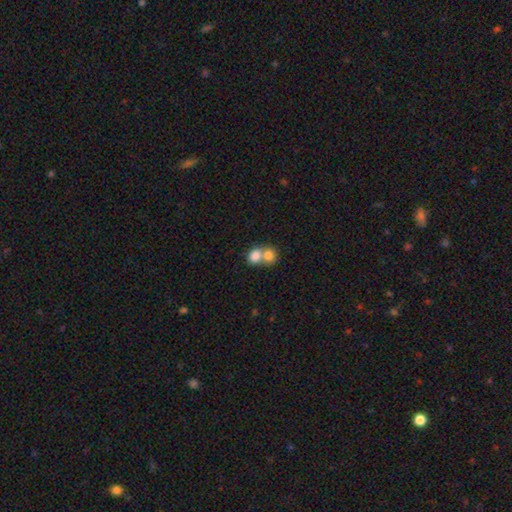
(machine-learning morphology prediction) Smooth or featured? Predicted: smooth (p=0.80). How rounded? Predicted: round (p=0.66). Merging? Predicted: merger (p=0.66).